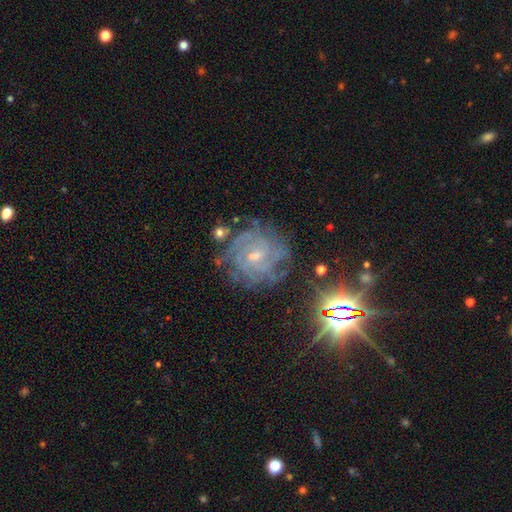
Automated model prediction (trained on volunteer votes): Overall: featured or disk (75%). Edge-on disk: no (97%). Bar: weak (45%; no 44%). Spiral arms: yes (93%). Spiral arm count: can't tell (46%; 4 15%). Spiral winding: tight (71%). Bulge size: small (56%; moderate 38%). Merging: none (74%).